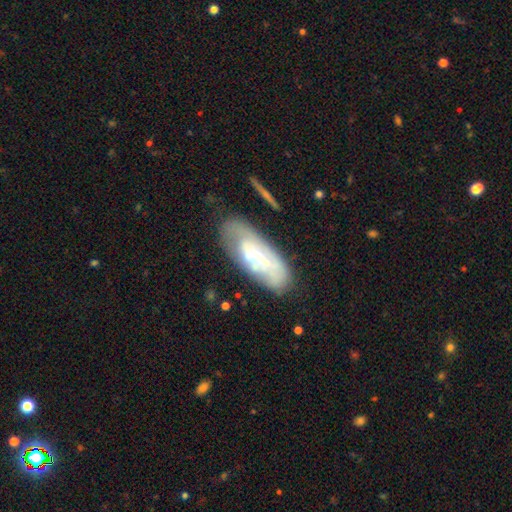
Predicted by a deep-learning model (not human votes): smooth_or_featured: featured or disk (p=0.58) [alt: smooth p=0.34]
disk_edge_on: no (p=0.83) [alt: yes p=0.17]
merging: none (p=0.57) [alt: minor disturbance p=0.25]